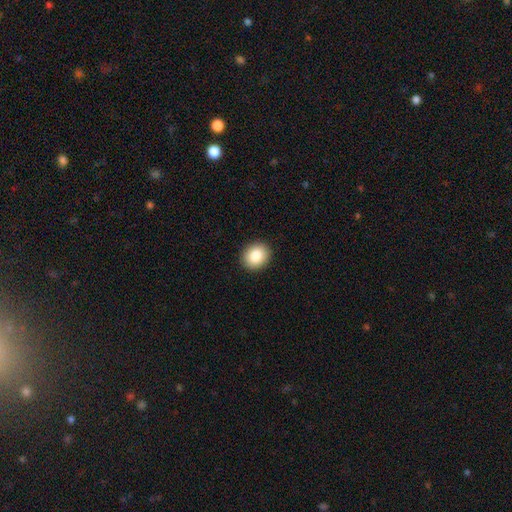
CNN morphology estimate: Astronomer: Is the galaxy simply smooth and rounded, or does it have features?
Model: smooth — 85%.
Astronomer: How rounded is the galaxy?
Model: round — 65%.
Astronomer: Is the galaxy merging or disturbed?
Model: none — 92%.